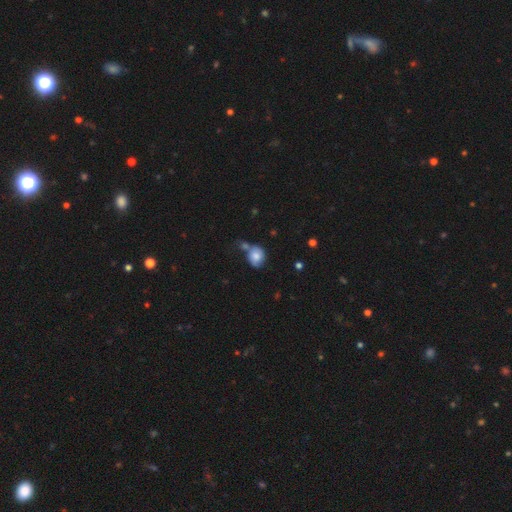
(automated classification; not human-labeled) Smooth or featured?
  - smooth: 72% *
  - featured or disk: 19%
  - star or artifact: 9%
How rounded?
  - round: 62% *
  - in between: 37%
  - cigar-shaped: 1%
Merging?
  - none: 41% *
  - merger: 29%
  - minor disturbance: 21%
  - major disturbance: 9%